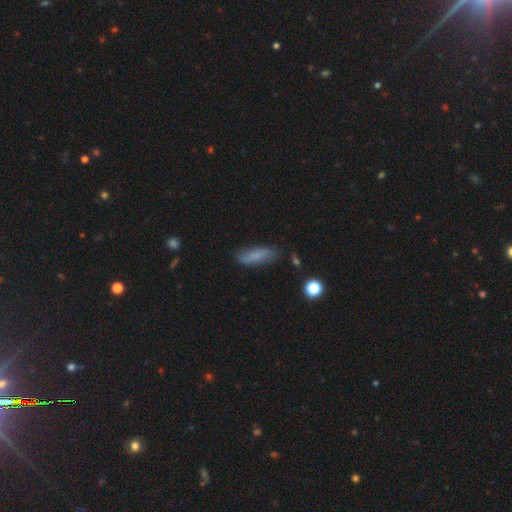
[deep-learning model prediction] Smooth or featured?
  - smooth: 77% *
  - featured or disk: 15%
  - star or artifact: 8%
How rounded?
  - cigar-shaped: 52% *
  - in between: 46%
  - round: 2%
Merging?
  - none: 75% *
  - minor disturbance: 19%
  - major disturbance: 4%
  - merger: 2%